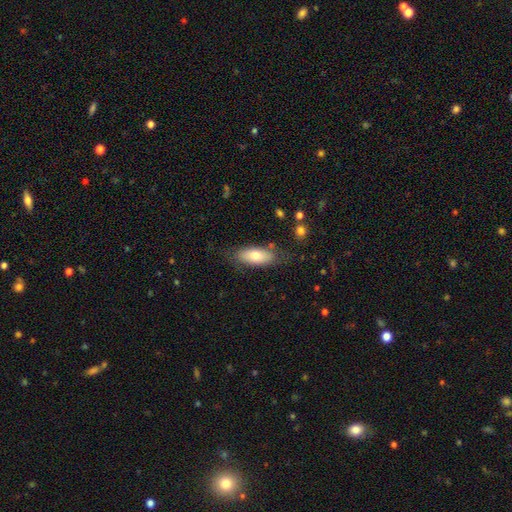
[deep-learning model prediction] Smooth or featured?
  - smooth: 74% *
  - featured or disk: 20%
  - star or artifact: 6%
How rounded?
  - in between: 79% *
  - cigar-shaped: 19%
  - round: 2%
Merging?
  - none: 75% *
  - minor disturbance: 18%
  - major disturbance: 5%
  - merger: 3%